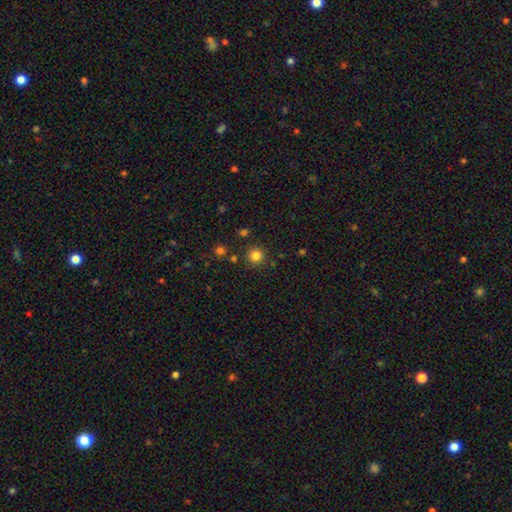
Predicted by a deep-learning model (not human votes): Q: Smooth or featured?
A: smooth (83%); runner-up: star or artifact (13%)
Q: How rounded?
A: round (94%); runner-up: in between (5%)
Q: Merging?
A: none (87%); runner-up: minor disturbance (6%)